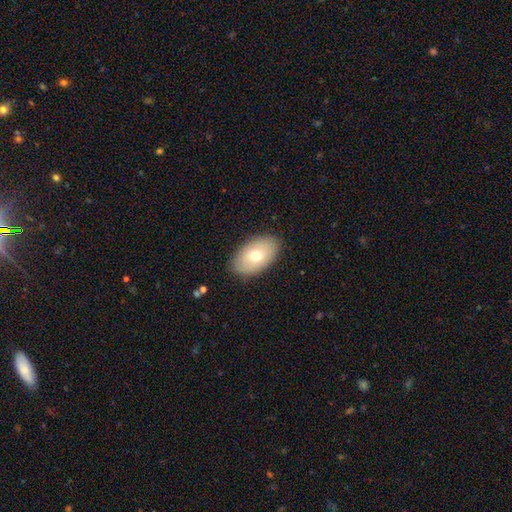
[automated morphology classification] smooth_or_featured: smooth (p=0.68) [alt: featured or disk p=0.24]
how_rounded: in between (p=0.92) [alt: round p=0.07]
merging: none (p=0.85) [alt: minor disturbance p=0.11]